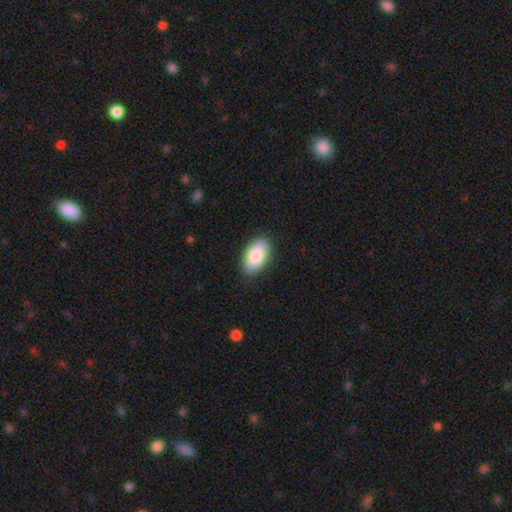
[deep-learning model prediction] Q: Smooth or featured?
A: smooth (86%); runner-up: featured or disk (8%)
Q: How rounded?
A: in between (94%); runner-up: round (4%)
Q: Merging?
A: none (86%); runner-up: minor disturbance (10%)